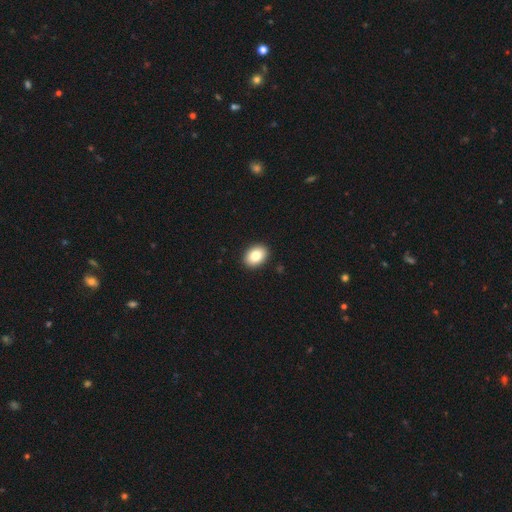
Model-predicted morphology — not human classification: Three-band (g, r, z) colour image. It shows a smooth galaxy with no disk features (84%) that is in between round and cigar-shaped (76%). Merging: none (92%).